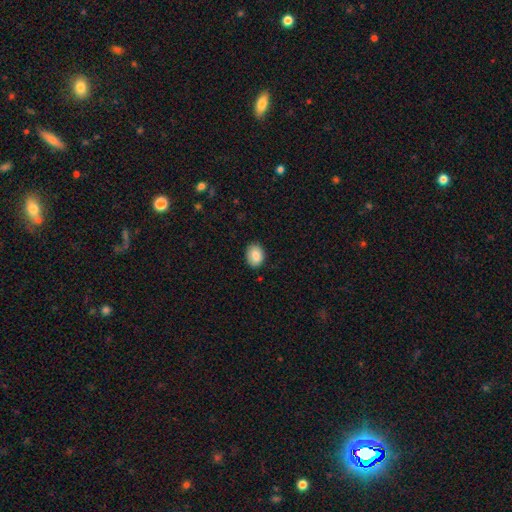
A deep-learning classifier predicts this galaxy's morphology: A smooth galaxy with no disk features (85%) that is in between round and cigar-shaped (67%).

Vote fractions:
- Smooth or featured? smooth: 85% / star or artifact: 8% / featured or disk: 7%
- How rounded? in between: 67% / round: 32% / cigar-shaped: 1%
- Merging? none: 87% / minor disturbance: 10% / major disturbance: 2% / merger: 1%